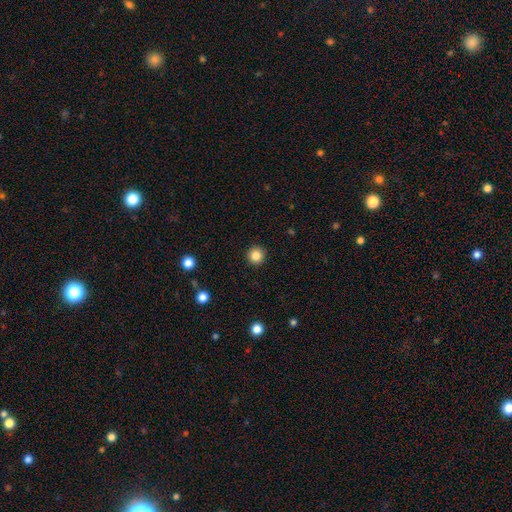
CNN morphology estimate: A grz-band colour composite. It shows a smooth galaxy with no disk features (84%) that is round (95%). Merging: none (93%).